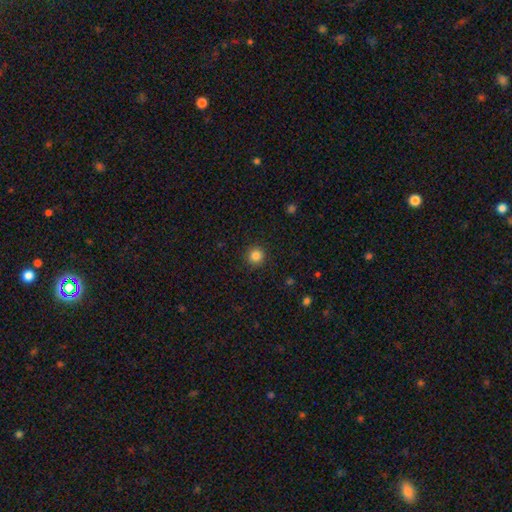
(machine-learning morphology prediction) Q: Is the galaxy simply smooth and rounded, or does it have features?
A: smooth — 85%.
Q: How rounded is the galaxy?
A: round — 94%.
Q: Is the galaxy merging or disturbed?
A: none — 92%.